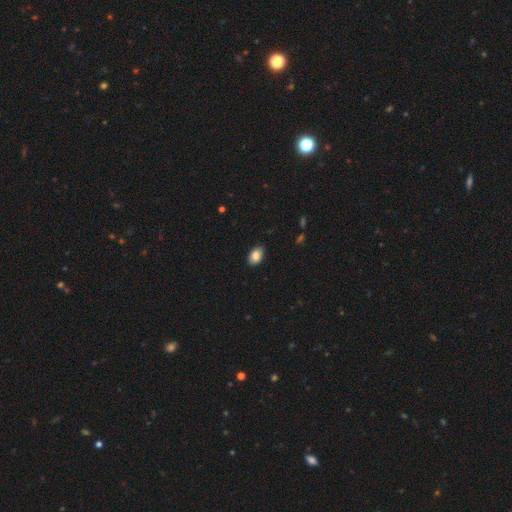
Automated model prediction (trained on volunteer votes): Q: Smooth or featured?
A: smooth (86%); runner-up: star or artifact (8%)
Q: How rounded?
A: in between (87%); runner-up: round (12%)
Q: Merging?
A: none (88%); runner-up: minor disturbance (9%)